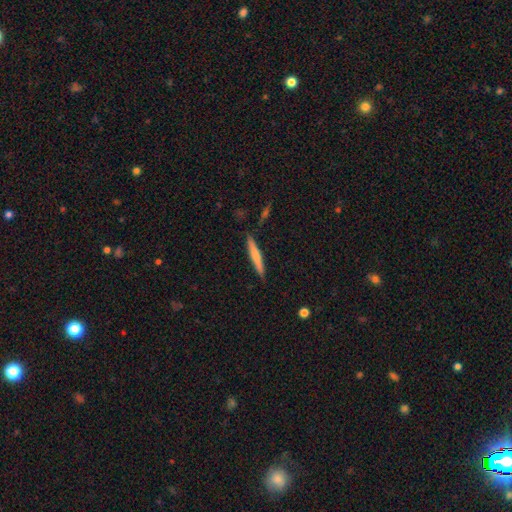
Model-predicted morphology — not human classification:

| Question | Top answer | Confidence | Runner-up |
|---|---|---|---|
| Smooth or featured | smooth | 63% | featured or disk (32%) |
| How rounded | cigar-shaped | 95% | in between (4%) |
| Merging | none | 87% | minor disturbance (9%) |